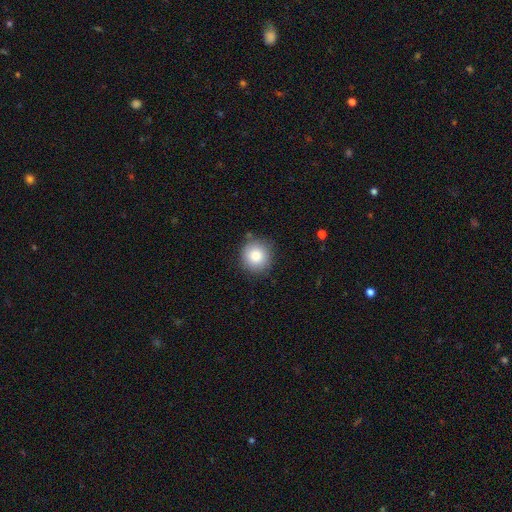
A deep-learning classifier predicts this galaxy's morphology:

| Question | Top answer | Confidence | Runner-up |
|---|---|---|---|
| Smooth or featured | smooth | 85% | star or artifact (9%) |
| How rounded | round | 92% | in between (7%) |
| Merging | none | 85% | minor disturbance (10%) |